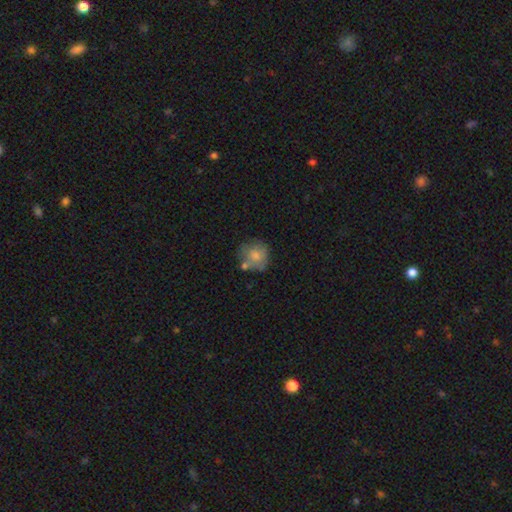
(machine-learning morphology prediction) Smooth or featured? smooth (71%)
How rounded? round (82%)
Merging? none (55%)